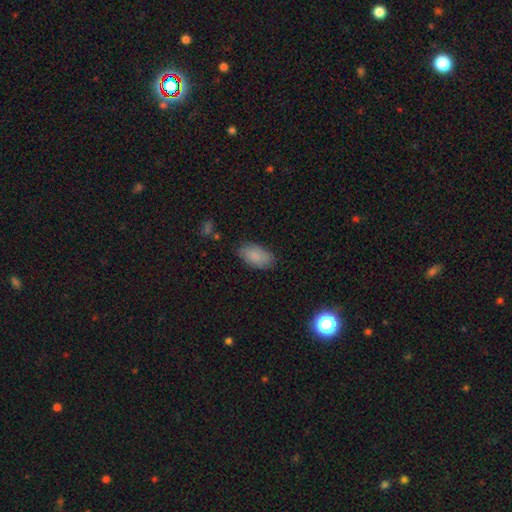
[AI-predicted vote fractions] smooth-or-featured: smooth: 86% | star or artifact: 7% | featured or disk: 7%
  how-rounded: in between: 94% | round: 4% | cigar-shaped: 2%
  merging: none: 81% | minor disturbance: 14% | major disturbance: 3% | merger: 1%